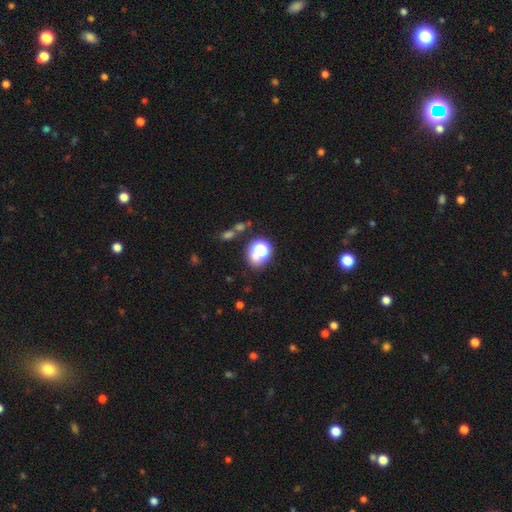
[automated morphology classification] This is possibly a smooth galaxy (53%). How rounded: likely round (67%). Merging: possibly none (59%).